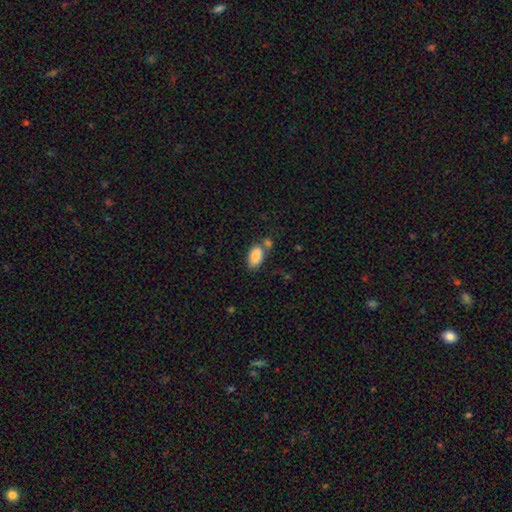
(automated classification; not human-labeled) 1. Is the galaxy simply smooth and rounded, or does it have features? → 87% smooth, 7% star or artifact, 6% featured or disk.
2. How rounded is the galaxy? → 93% in between, 4% round, 3% cigar-shaped.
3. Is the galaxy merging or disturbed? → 56% none, 23% merger, 16% minor disturbance, 5% major disturbance.